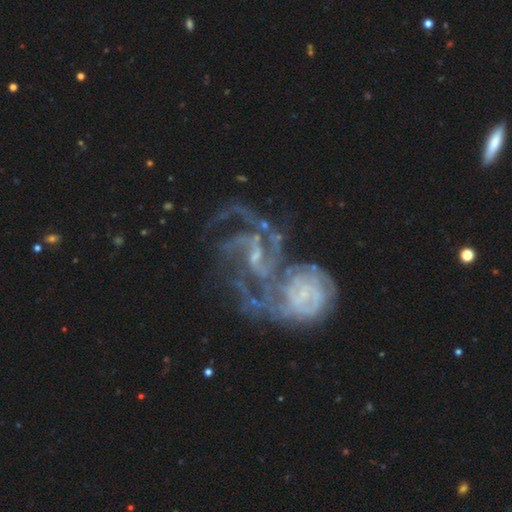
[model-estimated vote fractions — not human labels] The model was most divided on "bar": weak: 43%, no: 34%, strong: 22%. Remaining: edge-on disk — no (98%); spiral arms — yes (96%); smooth or featured — featured or disk (89%); merging — merger (64%); bulge size — small (62%); spiral winding — medium (47%); spiral arm count — 2 (35%).